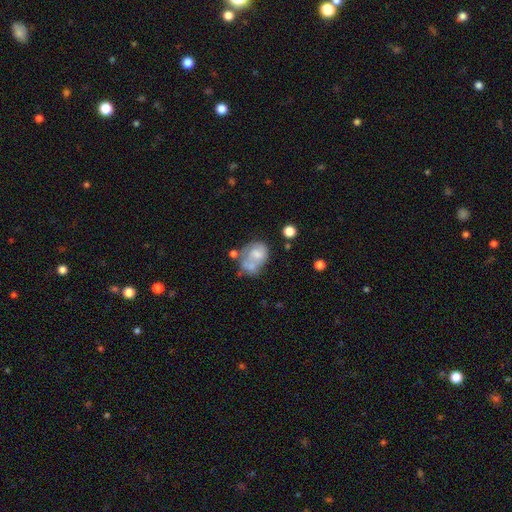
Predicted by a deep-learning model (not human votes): smooth-or-featured: smooth: 52% | featured or disk: 39% | star or artifact: 9%
  how-rounded: in between: 57% | round: 42% | cigar-shaped: 1%
  merging: merger: 44% | none: 24% | minor disturbance: 17% | major disturbance: 15%